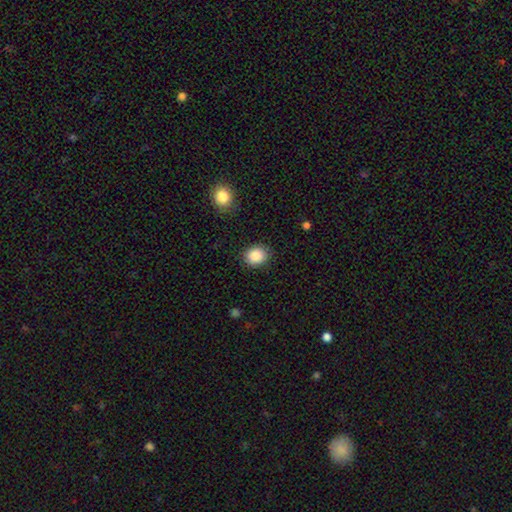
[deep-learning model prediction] A smooth galaxy with no disk features (87%) that is round (63%).

Vote fractions:
- Smooth or featured? smooth: 87% / star or artifact: 9% / featured or disk: 4%
- How rounded? round: 63% / in between: 36% / cigar-shaped: 1%
- Merging? none: 87% / minor disturbance: 9% / major disturbance: 2% / merger: 1%